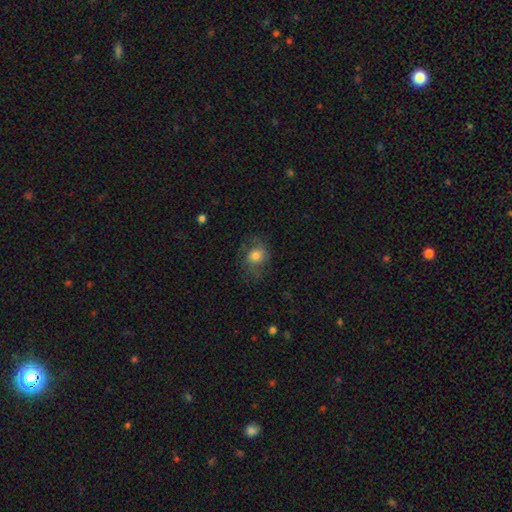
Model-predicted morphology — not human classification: smooth 67%, featured or disk 23%, star or artifact 10%. Down the decision tree: how rounded — round (65%); merging — none (59%).